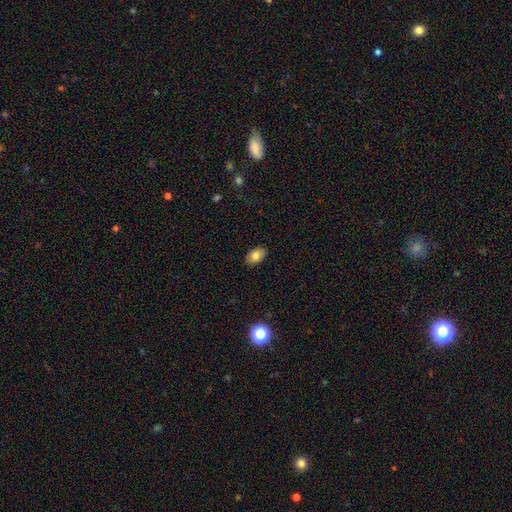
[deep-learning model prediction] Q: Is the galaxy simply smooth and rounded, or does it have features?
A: smooth — 80%.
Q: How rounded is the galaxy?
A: in between — 92%.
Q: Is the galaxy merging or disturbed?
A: none — 88%.